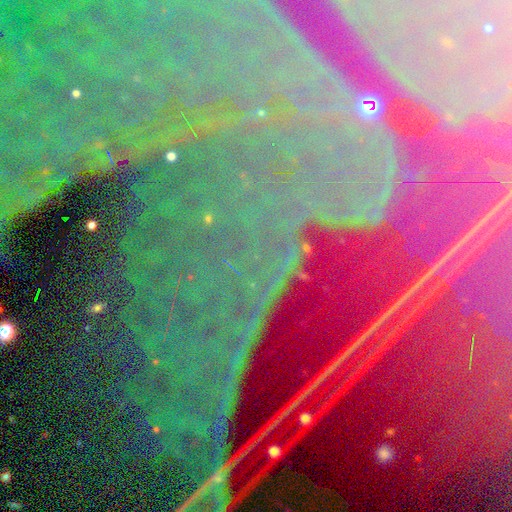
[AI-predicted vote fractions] smooth-or-featured: star or artifact: 88% | featured or disk: 7% | smooth: 5%